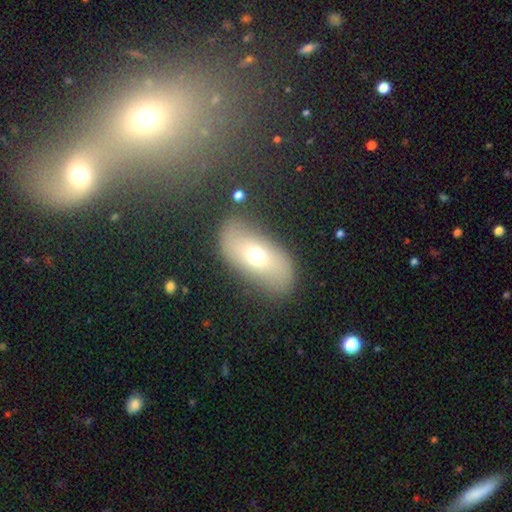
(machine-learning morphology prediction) Smooth or featured? Predicted: smooth (p=0.59). How rounded? Predicted: in between (p=0.89). Merging? Predicted: none (p=0.78).